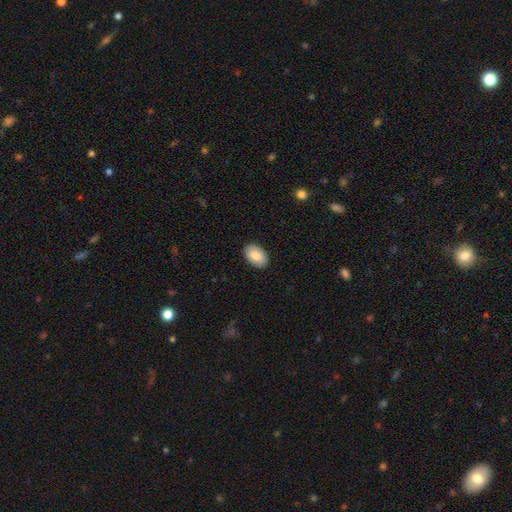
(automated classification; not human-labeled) Smooth or featured: smooth — 83% (featured or disk — 11%)
How rounded: in between — 92% (round — 7%)
Merging: none — 89% (minor disturbance — 8%)